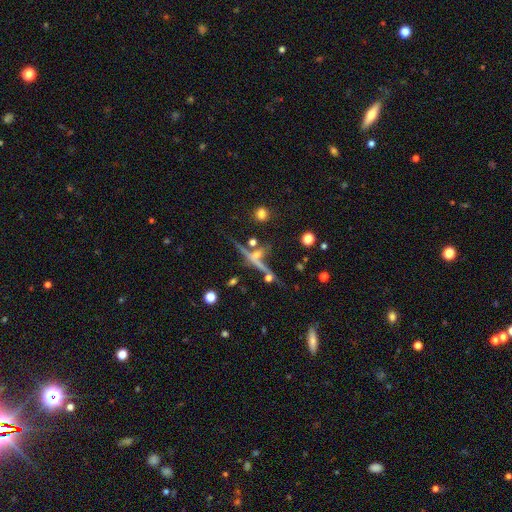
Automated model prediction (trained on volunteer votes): smooth-or-featured: featured or disk: 67% | star or artifact: 17% | smooth: 16%
  disk-edge-on: yes: 90% | no: 10%
    edge-on-bulge: rounded: 60% | none: 31% | boxy: 8%
  merging: none: 66% | merger: 14% | minor disturbance: 13% | major disturbance: 7%